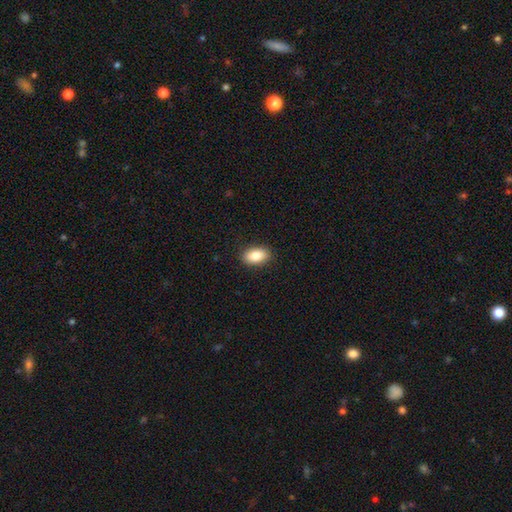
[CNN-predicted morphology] Smooth or featured? smooth (86%)
How rounded? in between (91%)
Merging? none (89%)